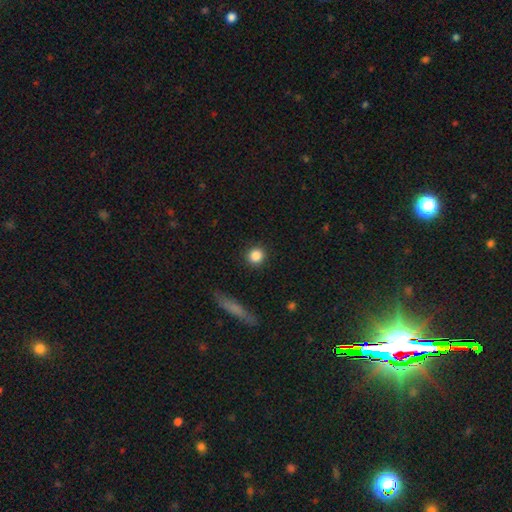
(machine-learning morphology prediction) Smooth or featured? smooth (85%)
How rounded? round (92%)
Merging? none (91%)